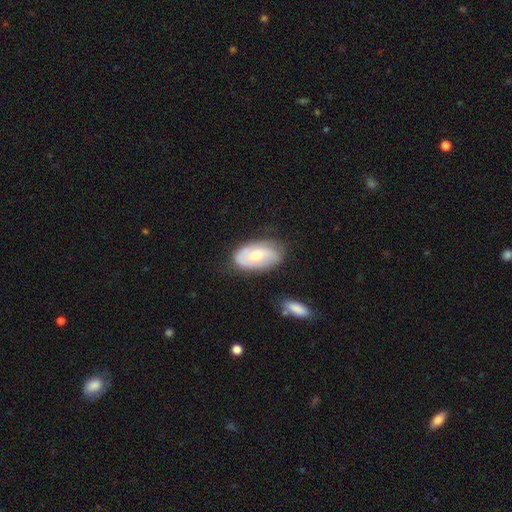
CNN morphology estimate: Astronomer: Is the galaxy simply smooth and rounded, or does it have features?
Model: featured or disk — 58% (runner-up: smooth, 36%).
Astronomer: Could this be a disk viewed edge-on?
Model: no — 93%.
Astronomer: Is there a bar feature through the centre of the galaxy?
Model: no — 62%.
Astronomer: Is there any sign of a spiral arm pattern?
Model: yes — 73%.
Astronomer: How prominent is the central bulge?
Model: moderate — 72%.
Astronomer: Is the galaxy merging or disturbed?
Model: none — 69%.